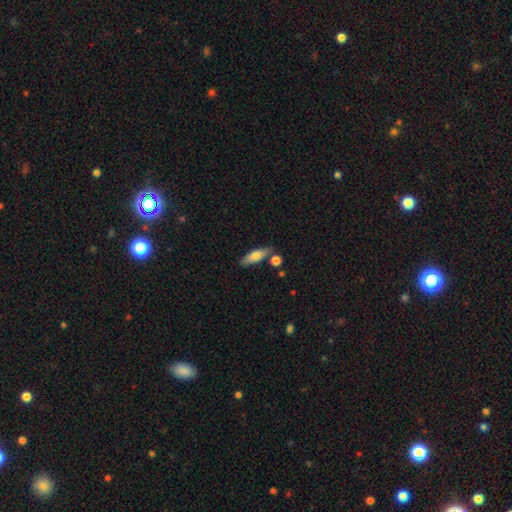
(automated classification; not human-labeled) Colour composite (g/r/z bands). It shows a smooth galaxy with no disk features (70%) that is in between round and cigar-shaped (55%). Merging: none (75%).